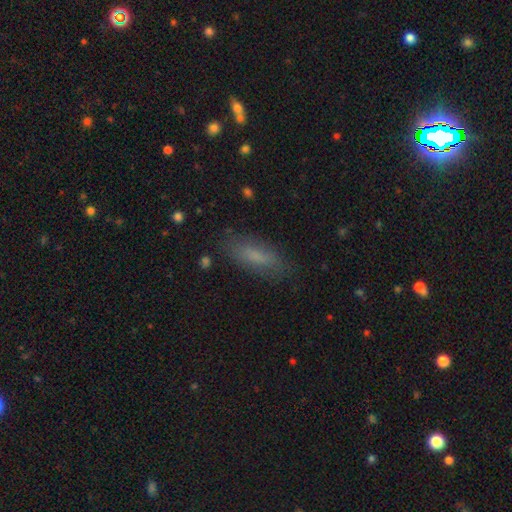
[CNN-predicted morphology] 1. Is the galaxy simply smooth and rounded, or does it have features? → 74% smooth, 16% featured or disk, 10% star or artifact.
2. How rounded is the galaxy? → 55% in between, 43% cigar-shaped, 2% round.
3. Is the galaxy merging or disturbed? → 81% none, 13% minor disturbance, 4% major disturbance, 1% merger.